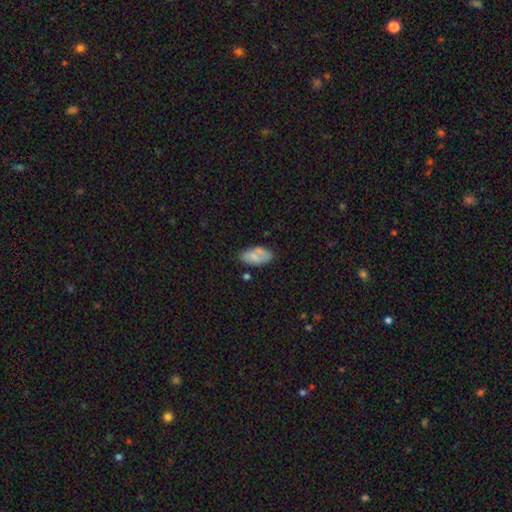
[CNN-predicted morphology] Smooth or featured?
  - smooth: 71% *
  - featured or disk: 21%
  - star or artifact: 7%
How rounded?
  - in between: 94% *
  - round: 4%
  - cigar-shaped: 3%
Merging?
  - none: 62% *
  - minor disturbance: 22%
  - merger: 9%
  - major disturbance: 6%